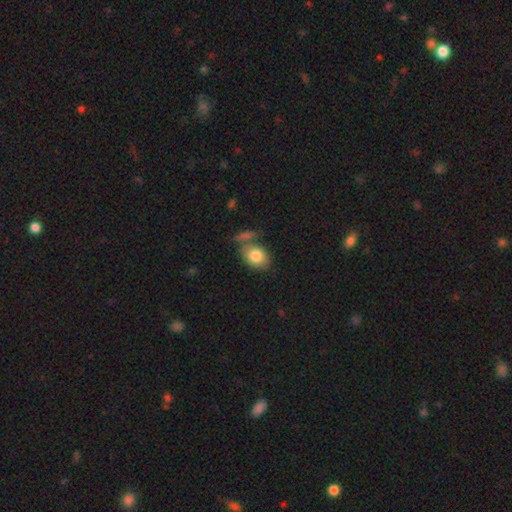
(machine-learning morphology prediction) smooth 80%, featured or disk 13%, star or artifact 7%. Down the decision tree: how rounded — in between (65%); merging — none (54%).